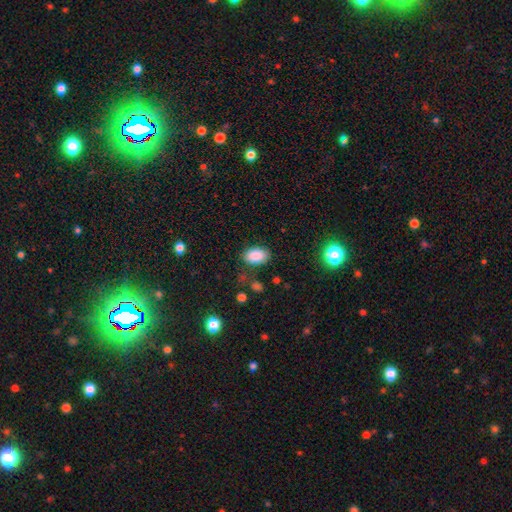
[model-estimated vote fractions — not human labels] A smooth galaxy with no disk features (87%) that is in between round and cigar-shaped (90%).

Vote fractions:
- Smooth or featured? smooth: 87% / star or artifact: 9% / featured or disk: 5%
- How rounded? in between: 90% / round: 9% / cigar-shaped: 1%
- Merging? none: 81% / minor disturbance: 13% / major disturbance: 4% / merger: 3%